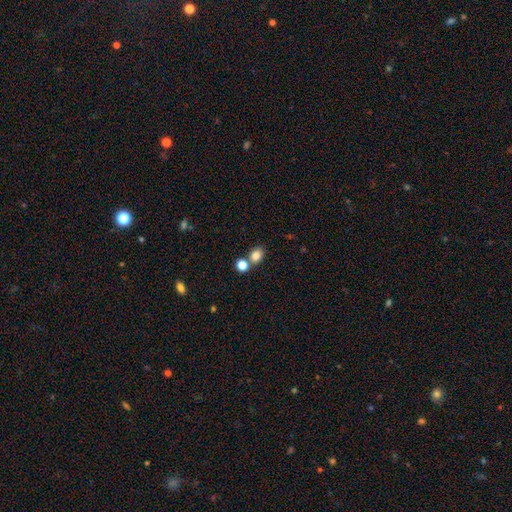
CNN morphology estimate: smooth 82%, star or artifact 12%, featured or disk 6%. Down the decision tree: how rounded — round (53%); merging — none (62%).